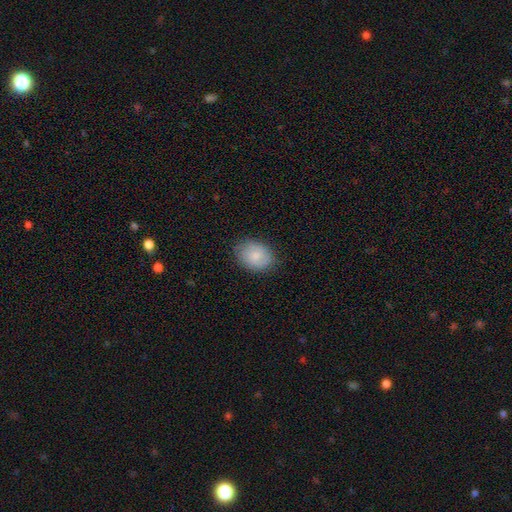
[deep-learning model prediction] Smooth or featured? Predicted: smooth (p=0.80). How rounded? Predicted: in between (p=0.67). Merging? Predicted: none (p=0.81).